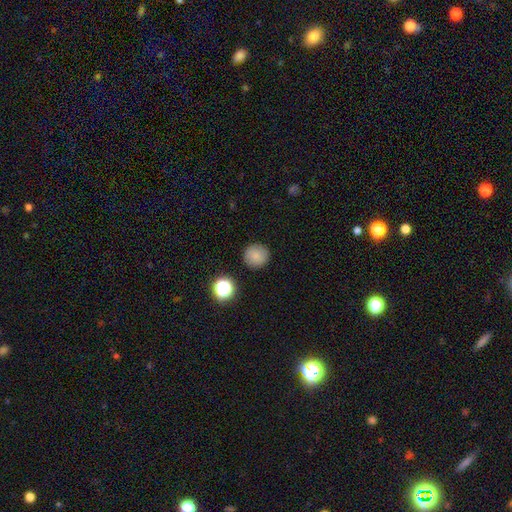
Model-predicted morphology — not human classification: smooth-or-featured: smooth: 81% | star or artifact: 12% | featured or disk: 7%
  how-rounded: round: 94% | in between: 5% | cigar-shaped: 1%
  merging: none: 89% | minor disturbance: 7% | major disturbance: 2% | merger: 2%